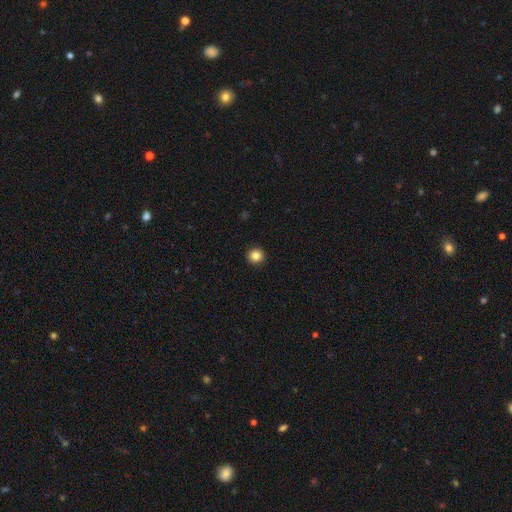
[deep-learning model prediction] Smooth or featured?
  - smooth: 85% *
  - star or artifact: 11%
  - featured or disk: 4%
How rounded?
  - round: 93% *
  - in between: 6%
  - cigar-shaped: 1%
Merging?
  - none: 93% *
  - minor disturbance: 4%
  - major disturbance: 1%
  - merger: 1%